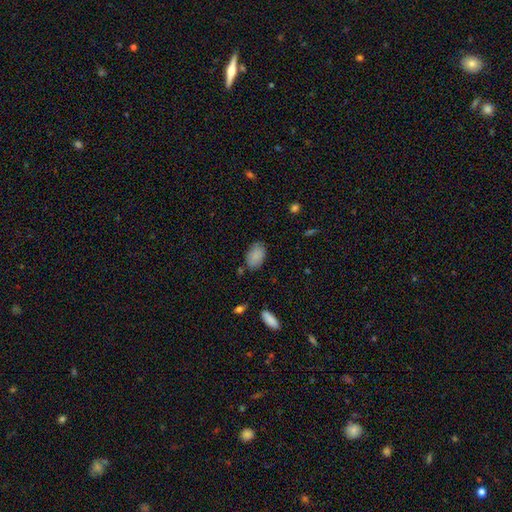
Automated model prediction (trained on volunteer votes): A smooth galaxy with no disk features (87%) that is in between round and cigar-shaped (90%).

Vote fractions:
- Smooth or featured? smooth: 87% / star or artifact: 8% / featured or disk: 5%
- How rounded? in between: 90% / round: 9% / cigar-shaped: 1%
- Merging? none: 79% / minor disturbance: 15% / major disturbance: 3% / merger: 3%